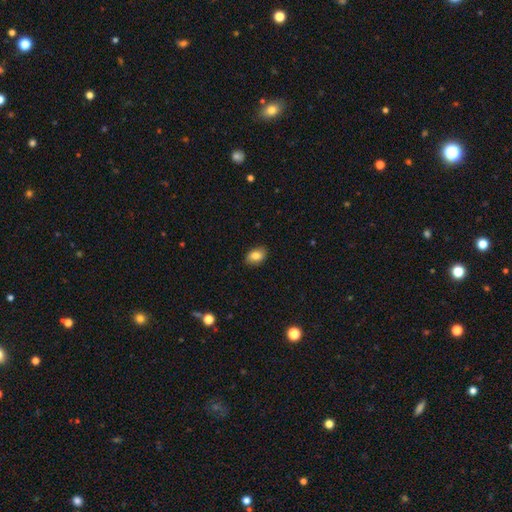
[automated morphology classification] Smooth or featured? Predicted: smooth (p=0.83). How rounded? Predicted: in between (p=0.83). Merging? Predicted: none (p=0.85).